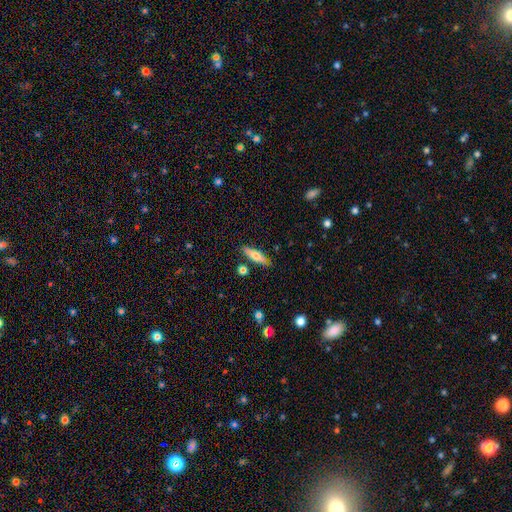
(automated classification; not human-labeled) Smooth or featured? smooth (60%)
How rounded? cigar-shaped (63%)
Merging? none (82%)